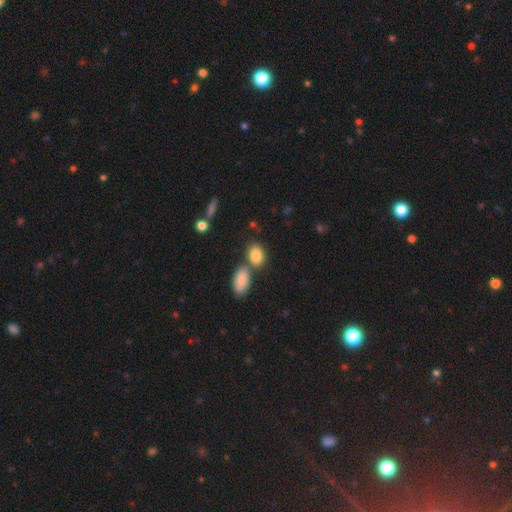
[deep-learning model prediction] smooth 86%, star or artifact 7%, featured or disk 7%. Down the decision tree: how rounded — in between (77%); merging — none (58%).